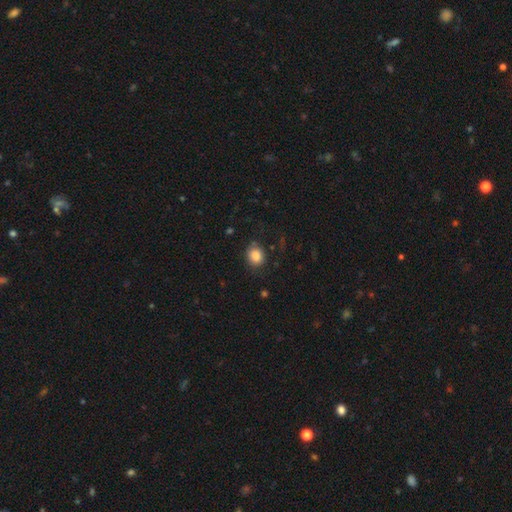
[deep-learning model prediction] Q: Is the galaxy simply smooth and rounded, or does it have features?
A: smooth — 85%.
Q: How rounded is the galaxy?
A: round — 68%.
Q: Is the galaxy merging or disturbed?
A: none — 79%.